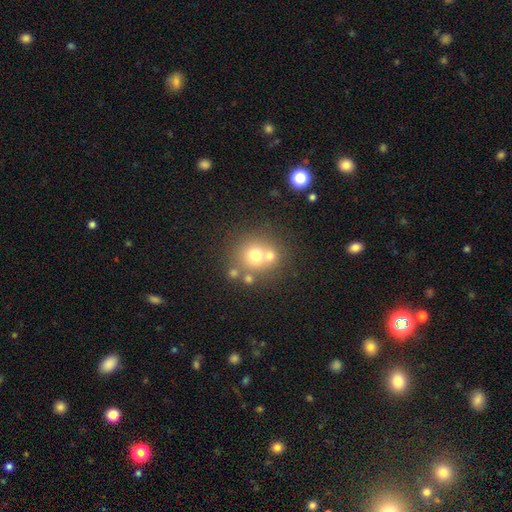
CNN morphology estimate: smooth_or_featured: smooth (p=0.66) [alt: featured or disk p=0.21]
how_rounded: round (p=0.84) [alt: in between p=0.15]
merging: none (p=0.50) [alt: merger p=0.38]